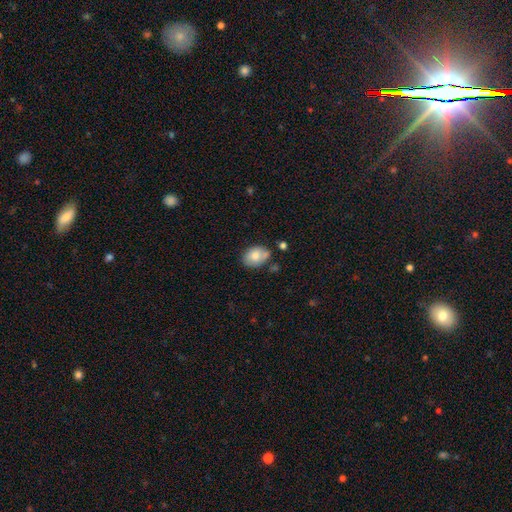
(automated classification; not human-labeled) Q: Smooth or featured?
A: smooth (77%); runner-up: featured or disk (15%)
Q: How rounded?
A: in between (71%); runner-up: round (28%)
Q: Merging?
A: none (65%); runner-up: minor disturbance (23%)